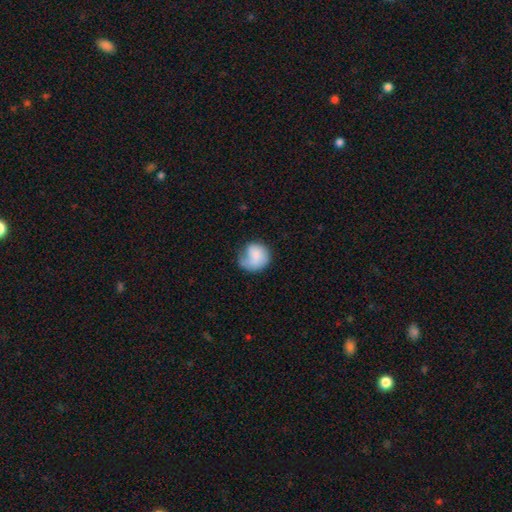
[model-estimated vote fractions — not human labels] This appears to be a smooth galaxy with no disk features (71%) that is round (77%). Merging: none (39%).